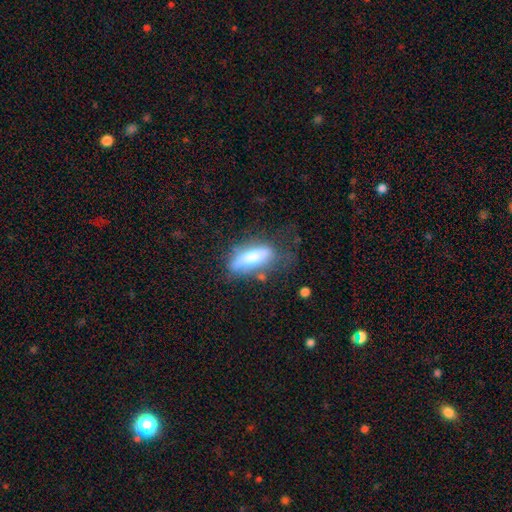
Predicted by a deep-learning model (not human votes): The model was most divided on "how rounded": in between: 54%, cigar-shaped: 44%, round: 2%. More confident: smooth or featured — smooth (60%); merging — none (50%).